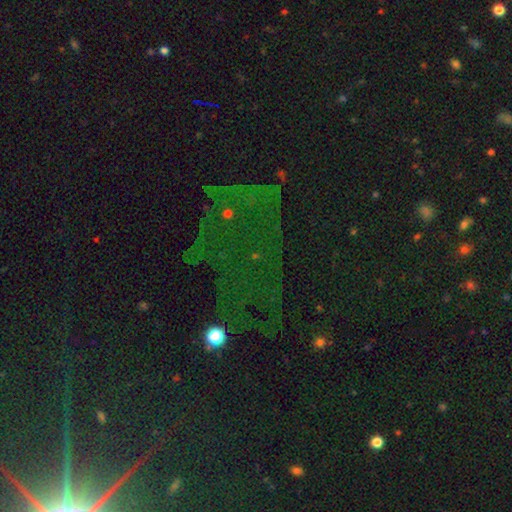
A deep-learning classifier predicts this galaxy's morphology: Smooth or featured? Predicted: star or artifact (p=0.71).